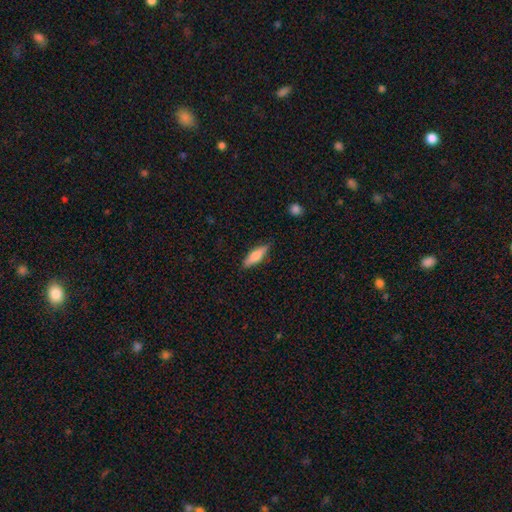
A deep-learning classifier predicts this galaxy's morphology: Overall: smooth (69%). How rounded: cigar-shaped (53%; in between 45%). Merging: none (84%).